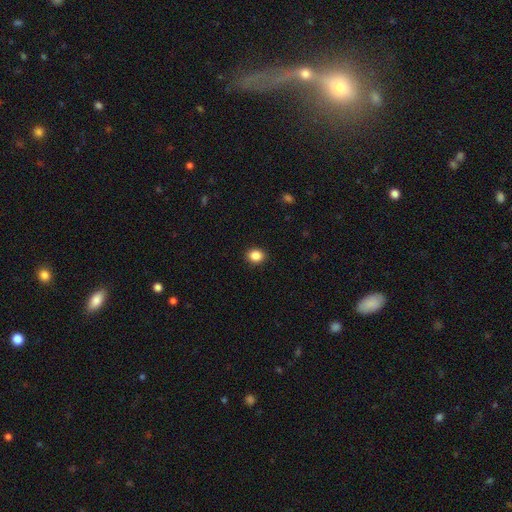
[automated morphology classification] Overall: smooth (87%). How rounded: round (61%; in between 38%). Merging: none (91%).